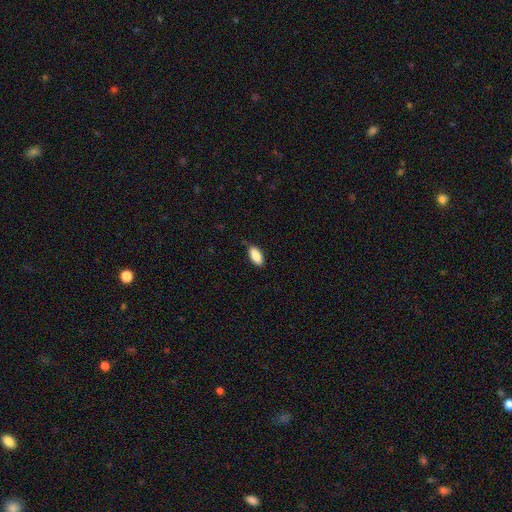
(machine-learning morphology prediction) Smooth or featured?
  - smooth: 87% *
  - featured or disk: 7%
  - star or artifact: 6%
How rounded?
  - in between: 85% *
  - cigar-shaped: 13%
  - round: 2%
Merging?
  - none: 82% *
  - minor disturbance: 14%
  - major disturbance: 2%
  - merger: 1%